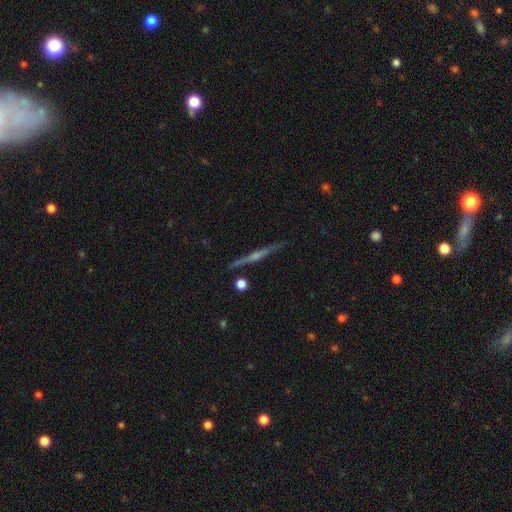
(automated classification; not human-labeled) The model was most divided on "smooth or featured": featured or disk: 70%, smooth: 18%, star or artifact: 12%. More confident: edge-on disk — yes (94%); merging — none (84%); edge-on bulge — rounded (75%).